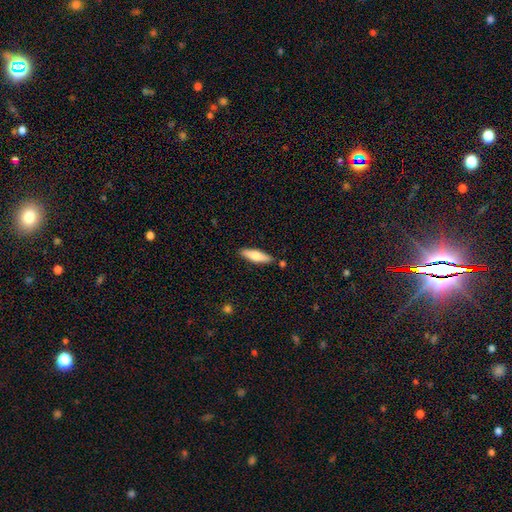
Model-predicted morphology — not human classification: type=smooth (64%); roundness=cigar-shaped (67%); merging=none (85%).